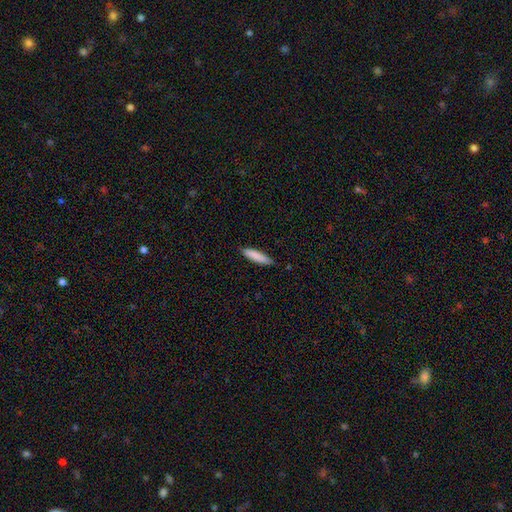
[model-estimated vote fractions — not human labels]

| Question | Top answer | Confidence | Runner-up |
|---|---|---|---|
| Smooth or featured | smooth | 85% | featured or disk (9%) |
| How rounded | cigar-shaped | 78% | in between (20%) |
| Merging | none | 84% | minor disturbance (13%) |